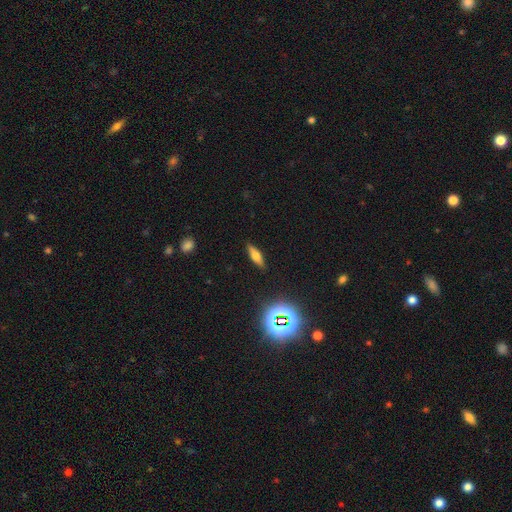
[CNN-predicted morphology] Smooth or featured: smooth — 52% (featured or disk — 35%)
How rounded: cigar-shaped — 53% (in between — 43%)
Merging: none — 88% (minor disturbance — 8%)